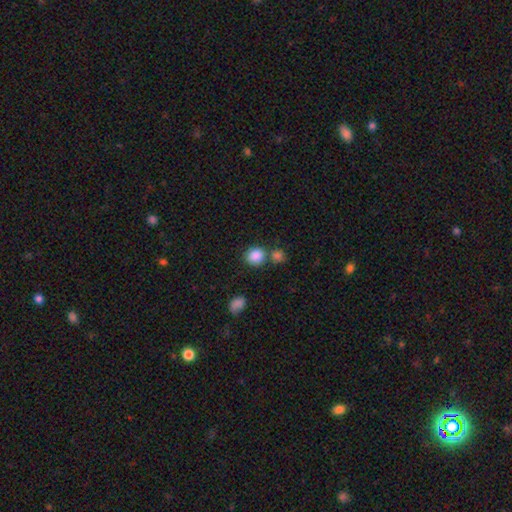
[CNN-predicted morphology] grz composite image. It shows a smooth galaxy with no disk features (87%) that is round (78%). Merging: none (63%).